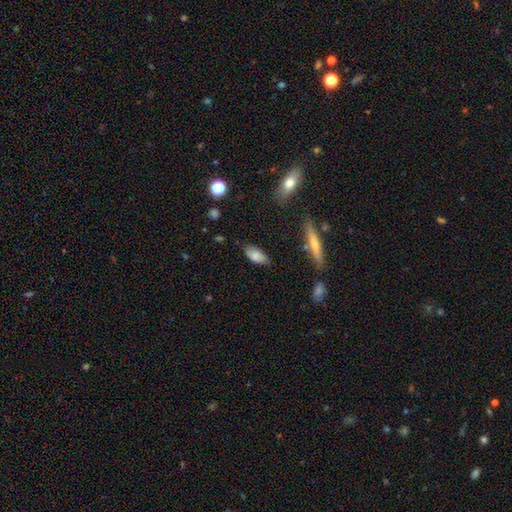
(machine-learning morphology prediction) A smooth galaxy with no disk features (77%) that is in between round and cigar-shaped (87%).

Vote fractions:
- Smooth or featured? smooth: 77% / featured or disk: 16% / star or artifact: 8%
- How rounded? in between: 87% / cigar-shaped: 10% / round: 3%
- Merging? none: 77% / minor disturbance: 18% / major disturbance: 3% / merger: 2%